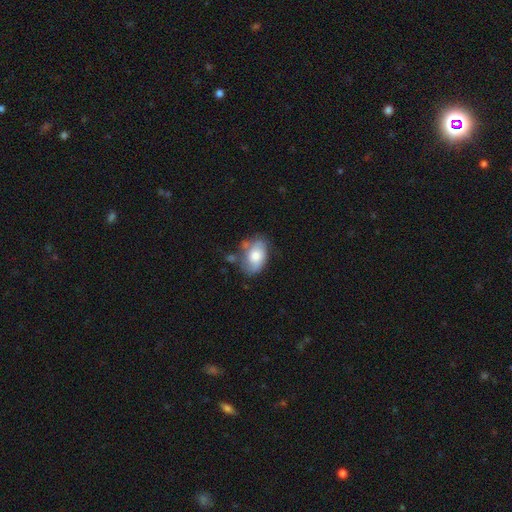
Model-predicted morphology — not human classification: Smooth or featured: smooth — 56% (featured or disk — 36%)
How rounded: in between — 86% (round — 12%)
Merging: none — 54% (minor disturbance — 27%)